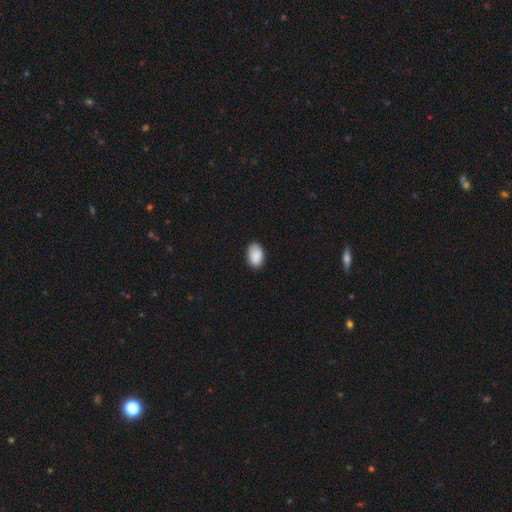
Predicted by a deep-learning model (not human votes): This appears to be a smooth galaxy with no disk features (90%) that is in between round and cigar-shaped (90%). Merging: none (84%).